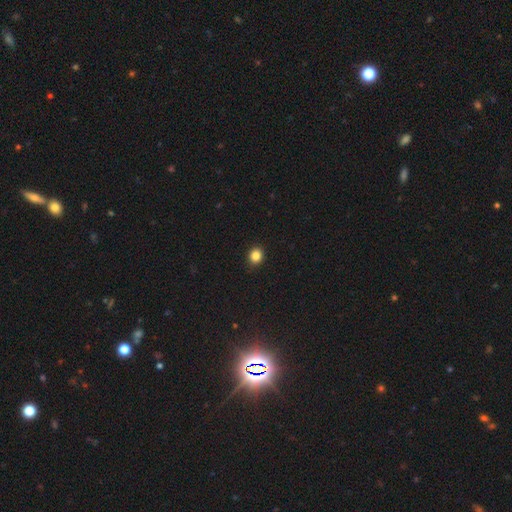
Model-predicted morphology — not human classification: Q: Smooth or featured?
A: smooth (85%); runner-up: star or artifact (11%)
Q: How rounded?
A: round (77%); runner-up: in between (22%)
Q: Merging?
A: none (91%); runner-up: minor disturbance (6%)